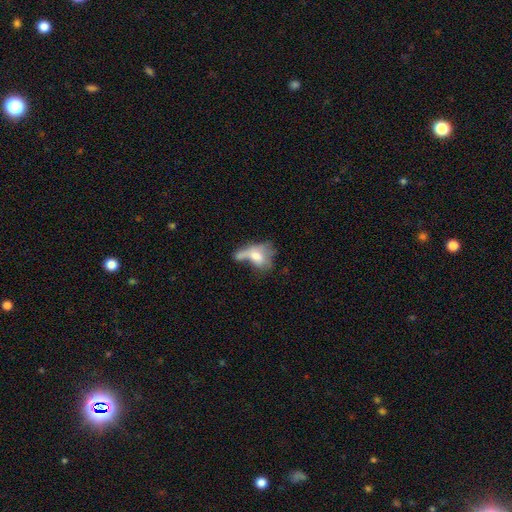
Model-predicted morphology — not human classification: smooth-or-featured: smooth: 57% | featured or disk: 33% | star or artifact: 10%
  how-rounded: in between: 76% | round: 17% | cigar-shaped: 7%
  merging: merger: 36% | major disturbance: 31% | none: 19% | minor disturbance: 14%